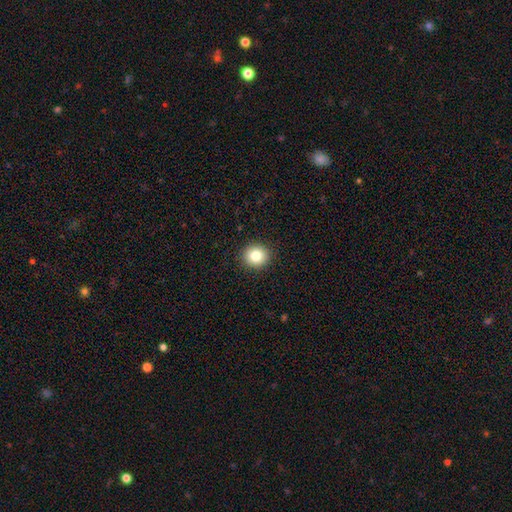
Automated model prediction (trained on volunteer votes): Smooth or featured?
  - smooth: 82% *
  - star or artifact: 11%
  - featured or disk: 8%
How rounded?
  - round: 84% *
  - in between: 16%
  - cigar-shaped: 1%
Merging?
  - none: 92% *
  - minor disturbance: 6%
  - major disturbance: 2%
  - merger: 1%